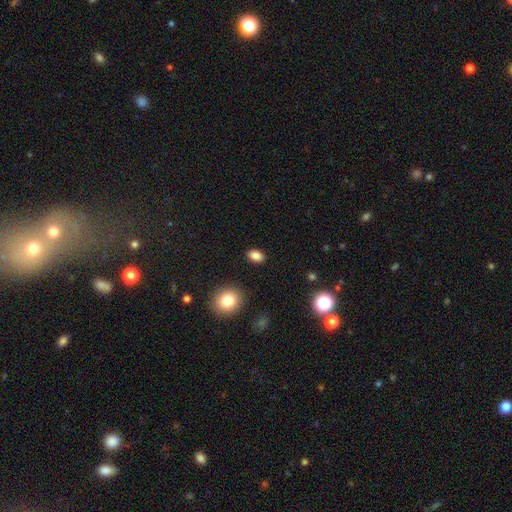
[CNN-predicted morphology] Overall: smooth (84%). How rounded: in between (83%). Merging: none (89%).